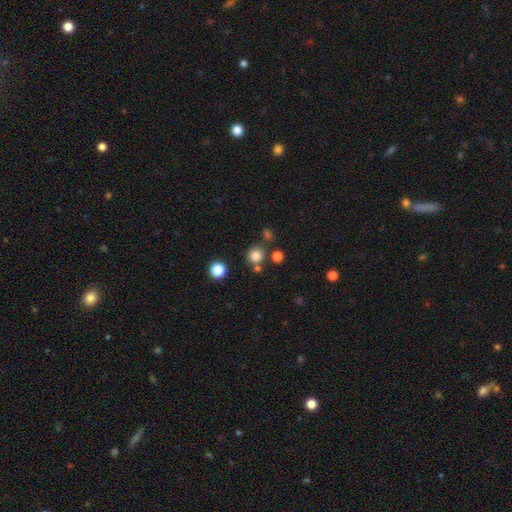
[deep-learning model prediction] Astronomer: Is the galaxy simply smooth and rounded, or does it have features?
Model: smooth — 79%.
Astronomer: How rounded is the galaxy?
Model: round — 92%.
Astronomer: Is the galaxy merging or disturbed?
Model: none — 75%.